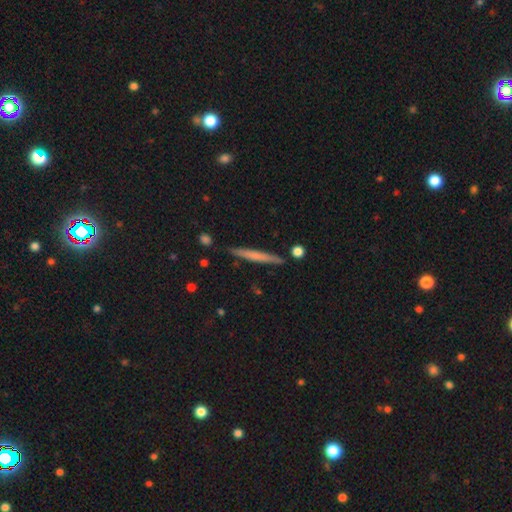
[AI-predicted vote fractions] Q: Smooth or featured?
A: smooth (54%); runner-up: featured or disk (40%)
Q: How rounded?
A: cigar-shaped (96%); runner-up: in between (2%)
Q: Merging?
A: none (89%); runner-up: minor disturbance (8%)